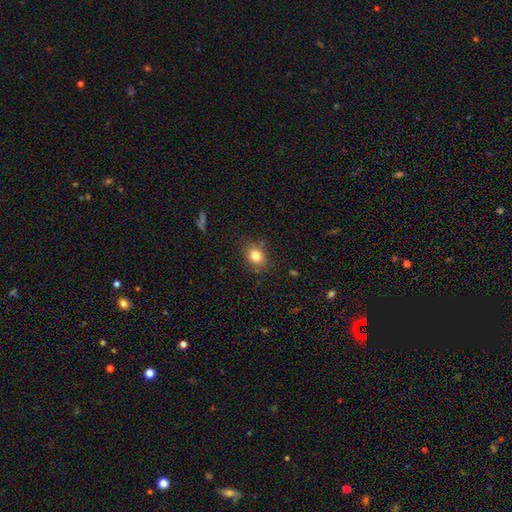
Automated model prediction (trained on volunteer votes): This appears to be a smooth galaxy with no disk features (81%) that is round (52%). Merging: none (82%).